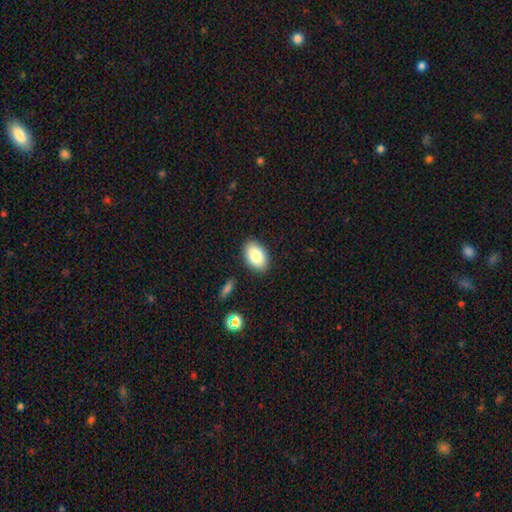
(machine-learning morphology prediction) Smooth or featured: smooth — 83% (featured or disk — 10%)
How rounded: in between — 90% (round — 9%)
Merging: none — 87% (minor disturbance — 9%)